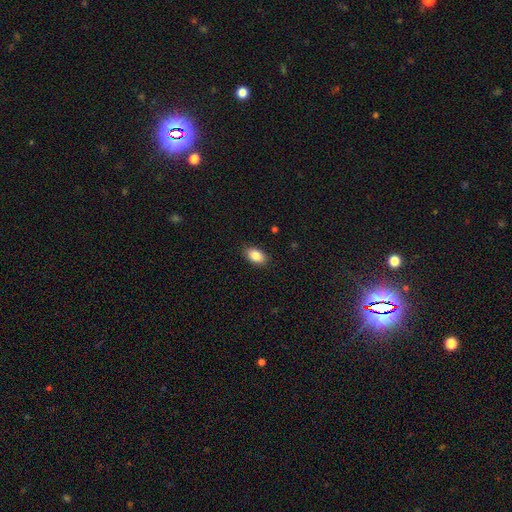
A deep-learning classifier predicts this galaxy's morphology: smooth 86%, star or artifact 8%, featured or disk 6%. Down the decision tree: how rounded — in between (90%); merging — none (88%).